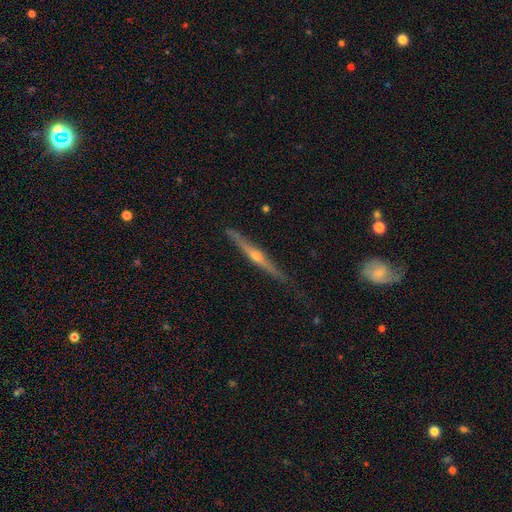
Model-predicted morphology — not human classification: smooth_or_featured: featured or disk (p=0.79) [alt: smooth p=0.16]
disk_edge_on: yes (p=0.98) [alt: no p=0.02]
edge_on_bulge: rounded (p=0.87) [alt: none p=0.09]
merging: none (p=0.85) [alt: minor disturbance p=0.12]